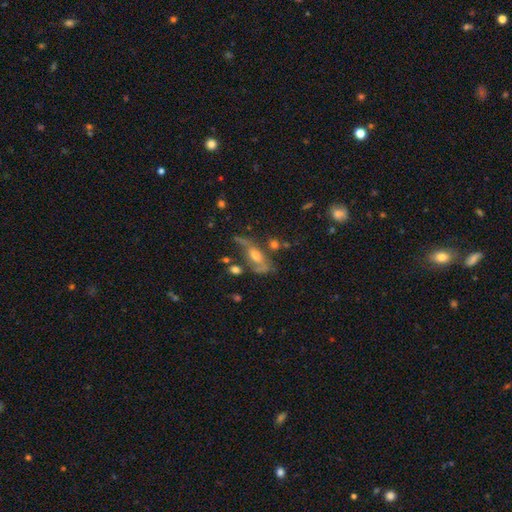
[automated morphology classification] This appears to be a featured or disk galaxy (57%). Merging: none (36%).